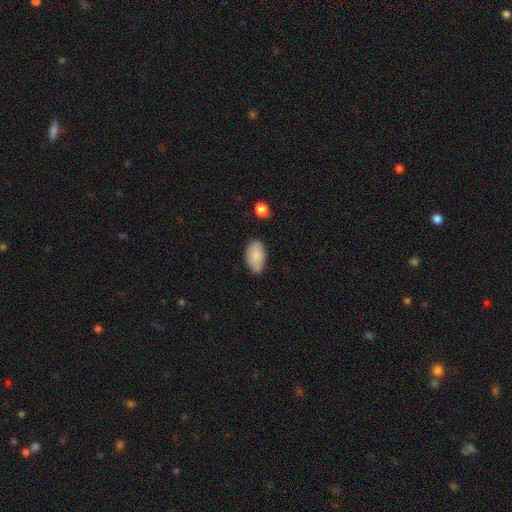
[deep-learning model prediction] Smooth or featured?
  - smooth: 84% *
  - featured or disk: 9%
  - star or artifact: 7%
How rounded?
  - in between: 94% *
  - round: 4%
  - cigar-shaped: 2%
Merging?
  - none: 66% *
  - minor disturbance: 25%
  - major disturbance: 5%
  - merger: 4%